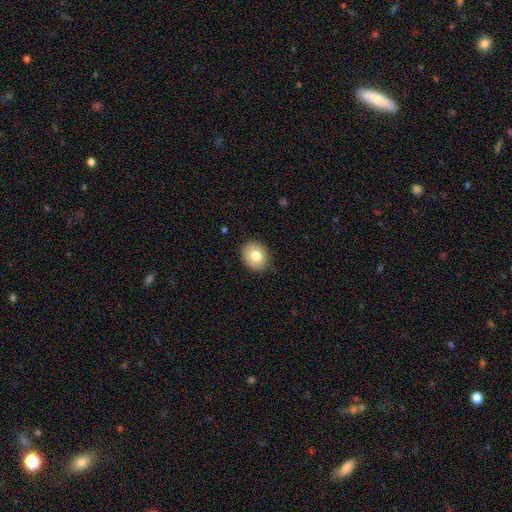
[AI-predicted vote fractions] Smooth or featured? Predicted: smooth (p=0.79). How rounded? Predicted: round (p=0.59). Merging? Predicted: none (p=0.87).